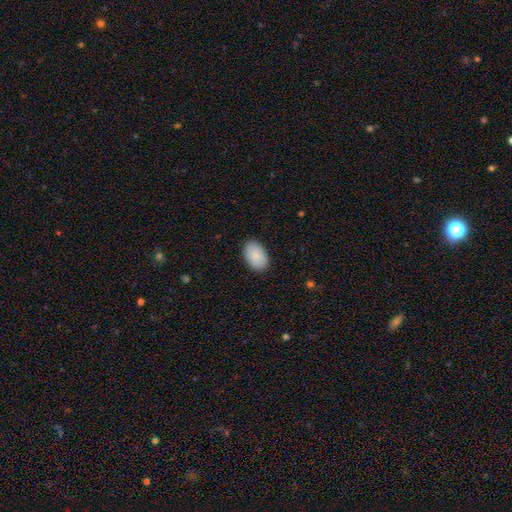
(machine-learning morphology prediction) Smooth or featured? Predicted: smooth (p=0.89). How rounded? Predicted: in between (p=0.92). Merging? Predicted: none (p=0.88).